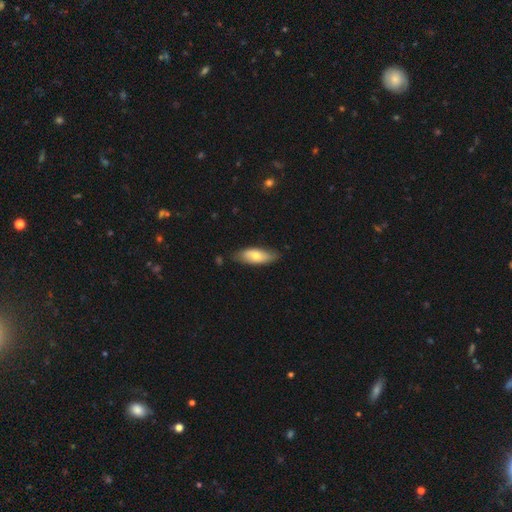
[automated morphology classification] A smooth galaxy with no disk features (64%) that is in between round and cigar-shaped (77%). Merging: none (75%).